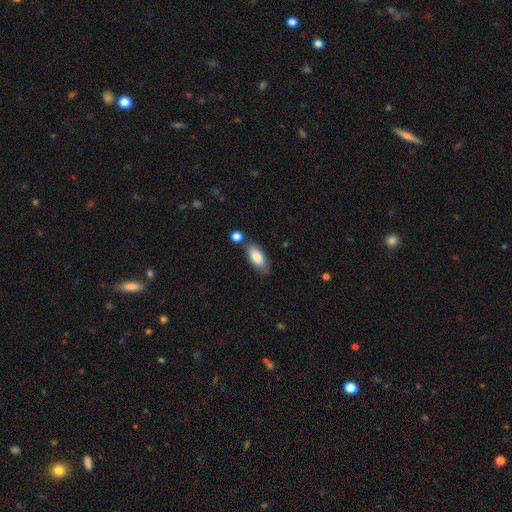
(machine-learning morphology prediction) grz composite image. It shows a smooth galaxy with no disk features (81%) that is in between round and cigar-shaped (86%). Merging: none (66%).